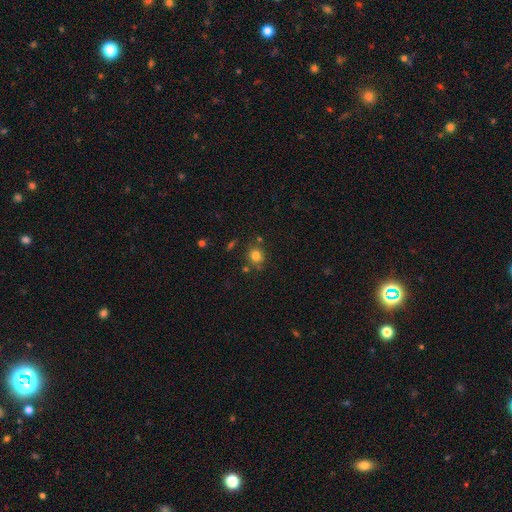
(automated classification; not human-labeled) smooth-or-featured: smooth: 79% | star or artifact: 13% | featured or disk: 8%
  how-rounded: round: 80% | in between: 19% | cigar-shaped: 1%
  merging: none: 76% | minor disturbance: 12% | merger: 8% | major disturbance: 4%